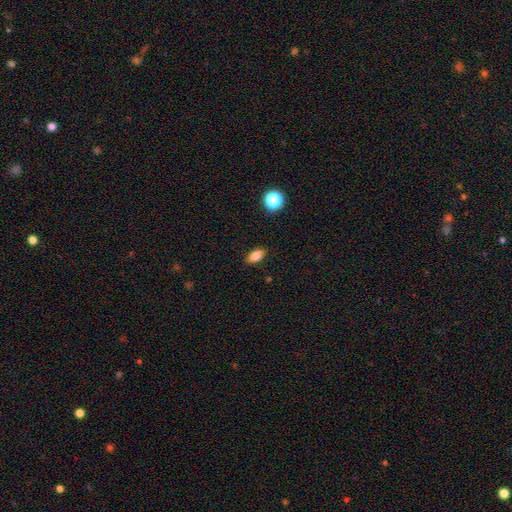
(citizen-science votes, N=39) Volunteers were most divided on "how rounded": in between: 80%, round: 11%, cigar-shaped: 9%. More confident: merging — none (92%); smooth or featured — smooth (90%).